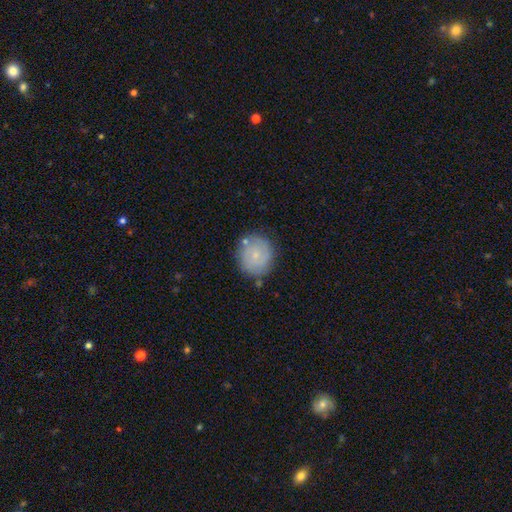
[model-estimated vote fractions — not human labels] This appears to be a smooth galaxy with no disk features (53%) that is round (83%). Merging: none (76%).